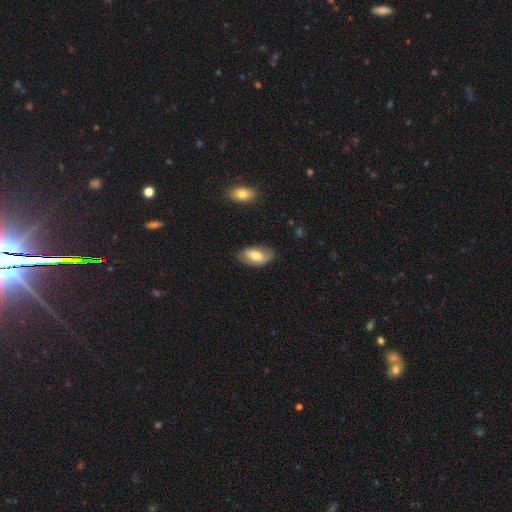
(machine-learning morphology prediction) Smooth or featured: smooth — 69% (featured or disk — 25%)
How rounded: in between — 92% (round — 5%)
Merging: none — 76% (minor disturbance — 19%)